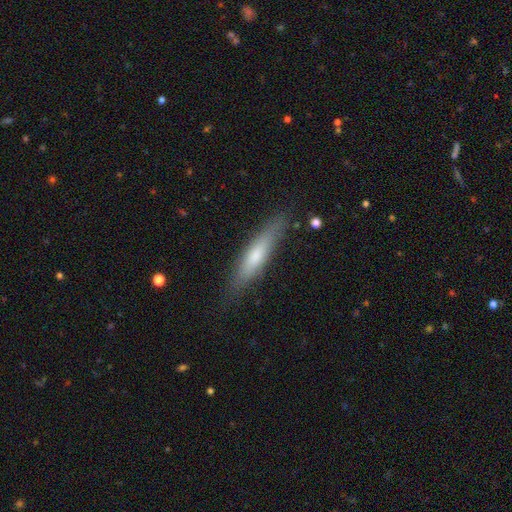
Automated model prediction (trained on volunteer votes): Q: Smooth or featured?
A: smooth (61%); runner-up: featured or disk (32%)
Q: How rounded?
A: cigar-shaped (83%); runner-up: in between (16%)
Q: Merging?
A: none (82%); runner-up: minor disturbance (13%)